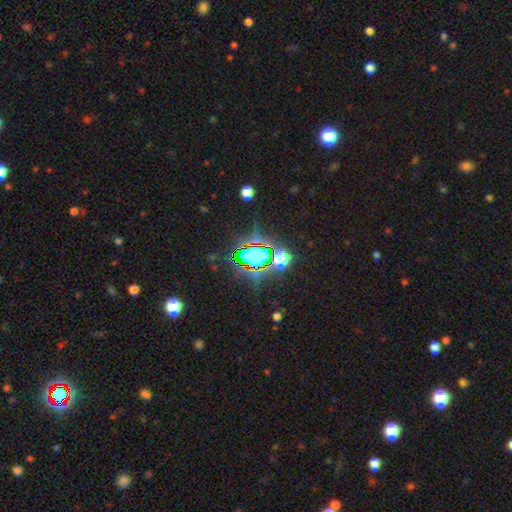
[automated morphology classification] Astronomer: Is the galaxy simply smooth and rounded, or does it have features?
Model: star or artifact — 70%.